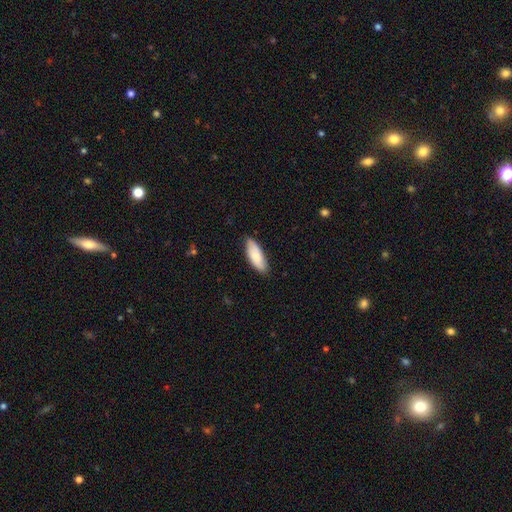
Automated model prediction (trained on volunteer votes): Smooth or featured? smooth (80%)
How rounded? in between (73%)
Merging? none (81%)